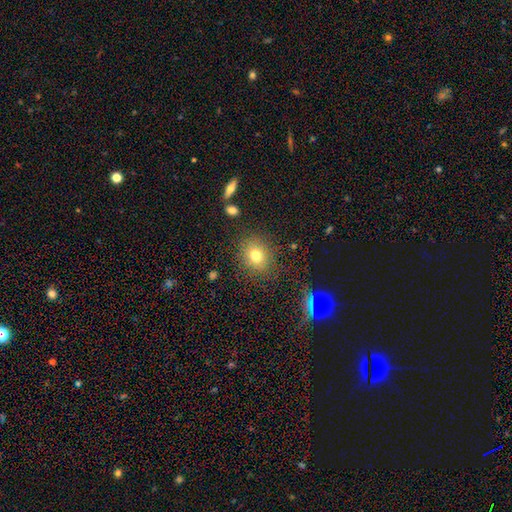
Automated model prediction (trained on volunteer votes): smooth 76%, star or artifact 14%, featured or disk 10%. Down the decision tree: how rounded — round (65%); merging — none (85%).